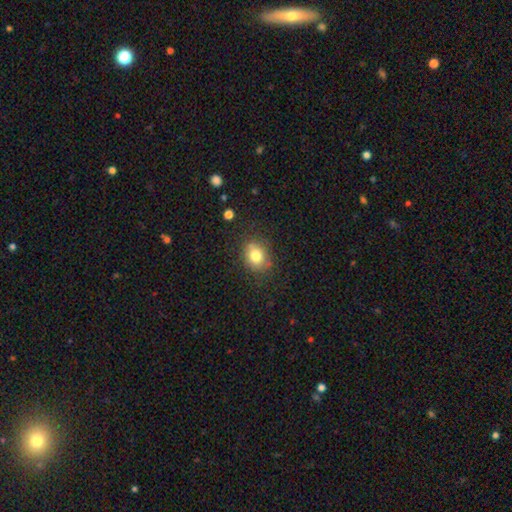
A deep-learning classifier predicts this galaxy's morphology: Smooth or featured?
  - smooth: 79% *
  - star or artifact: 11%
  - featured or disk: 11%
How rounded?
  - round: 58% *
  - in between: 41%
  - cigar-shaped: 1%
Merging?
  - none: 77% *
  - minor disturbance: 16%
  - major disturbance: 4%
  - merger: 3%